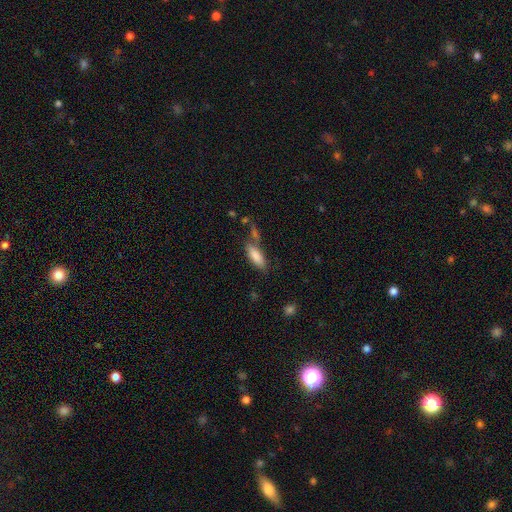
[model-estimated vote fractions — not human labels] Overall: smooth (84%). How rounded: in between (65%; cigar-shaped 33%). Merging: none (57%; minor disturbance 18%).